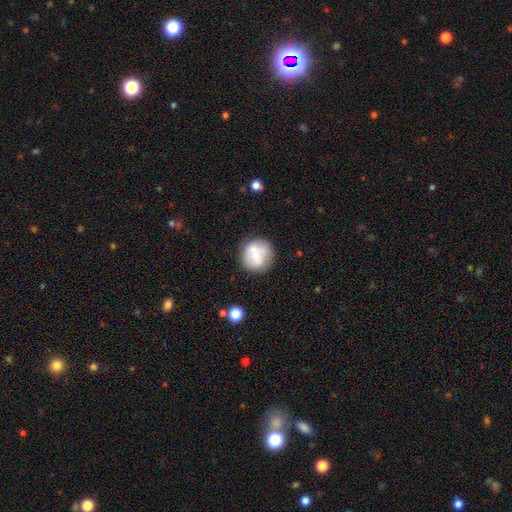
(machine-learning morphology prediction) smooth_or_featured: smooth (p=0.56) [alt: featured or disk p=0.37]
how_rounded: round (p=0.90) [alt: in between p=0.09]
merging: none (p=0.62) [alt: minor disturbance p=0.16]